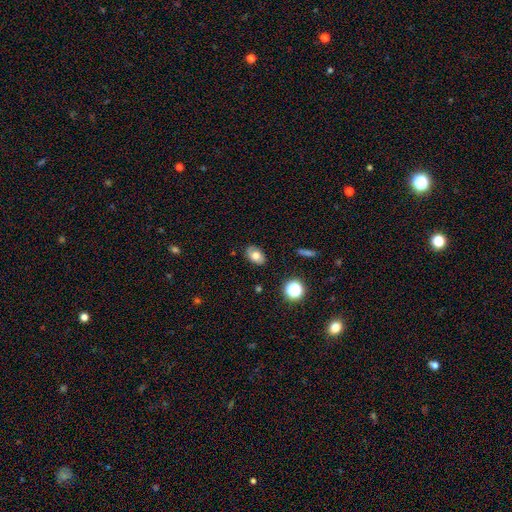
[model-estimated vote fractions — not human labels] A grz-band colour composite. It shows a smooth galaxy with no disk features (68%) that is in between round and cigar-shaped (85%). Merging: none (82%).